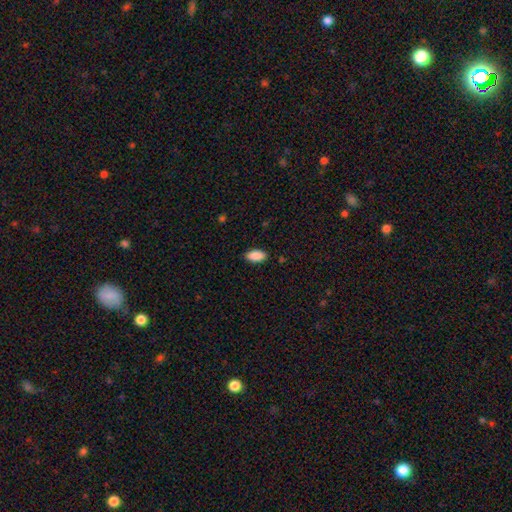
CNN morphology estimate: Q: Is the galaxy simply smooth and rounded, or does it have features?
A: smooth — 89%.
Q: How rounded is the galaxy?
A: in between — 92%.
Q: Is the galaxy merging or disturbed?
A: none — 89%.